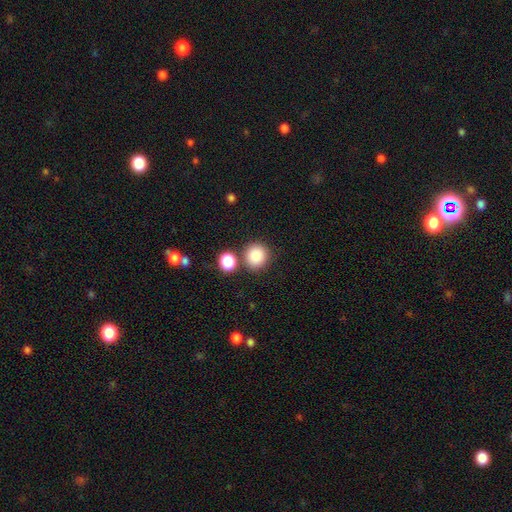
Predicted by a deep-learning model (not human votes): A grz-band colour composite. It shows a smooth galaxy with no disk features (86%) that is round (88%). Merging: none (76%).